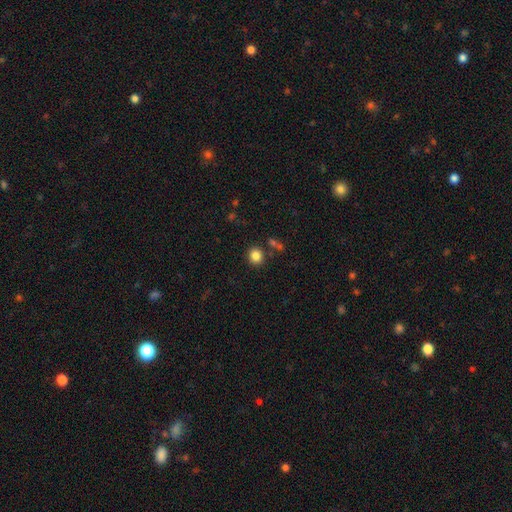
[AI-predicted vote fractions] A smooth galaxy with no disk features (84%) that is round (84%). Merging: none (84%).